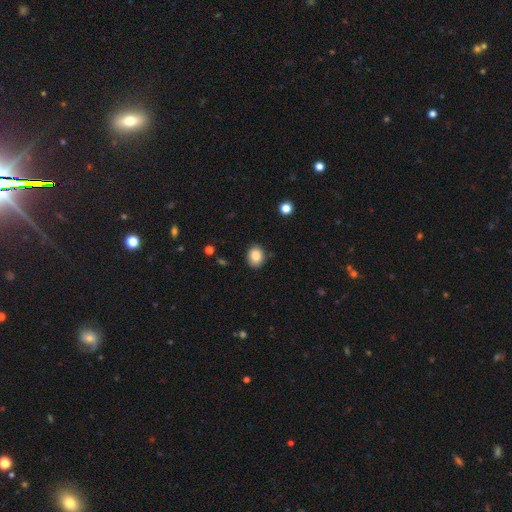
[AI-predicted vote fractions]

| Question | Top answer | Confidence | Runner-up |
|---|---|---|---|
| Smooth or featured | smooth | 85% | star or artifact (9%) |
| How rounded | round | 54% | in between (45%) |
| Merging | none | 86% | minor disturbance (11%) |